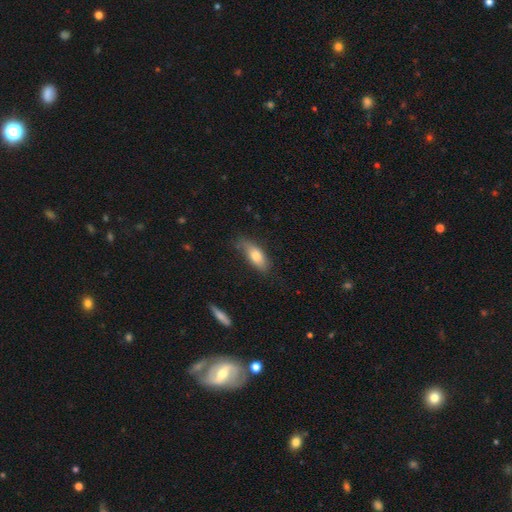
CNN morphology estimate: A smooth galaxy with no disk features (77%) that is in between round and cigar-shaped (74%). Merging: none (61%).